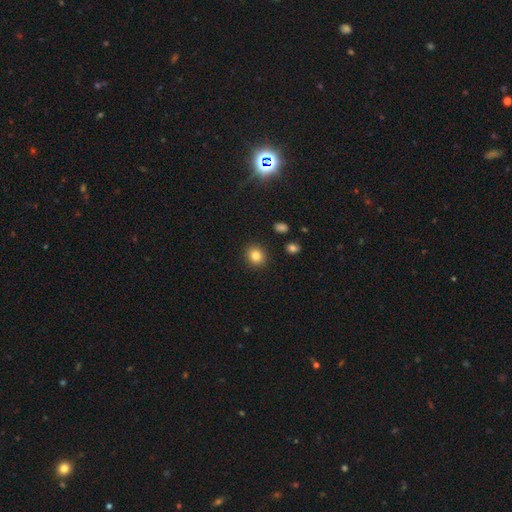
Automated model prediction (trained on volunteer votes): Smooth or featured?
  - smooth: 83% *
  - star or artifact: 11%
  - featured or disk: 6%
How rounded?
  - round: 80% *
  - in between: 19%
  - cigar-shaped: 1%
Merging?
  - none: 90% *
  - minor disturbance: 6%
  - major disturbance: 2%
  - merger: 1%